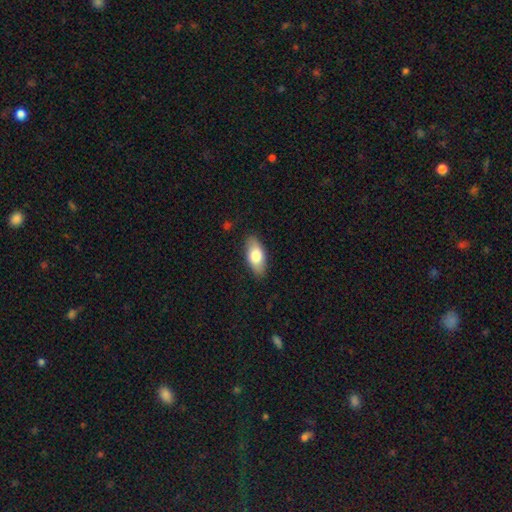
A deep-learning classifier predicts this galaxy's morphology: Smooth or featured?
  - smooth: 76% *
  - featured or disk: 18%
  - star or artifact: 6%
How rounded?
  - in between: 88% *
  - cigar-shaped: 9%
  - round: 3%
Merging?
  - none: 86% *
  - minor disturbance: 11%
  - major disturbance: 2%
  - merger: 1%